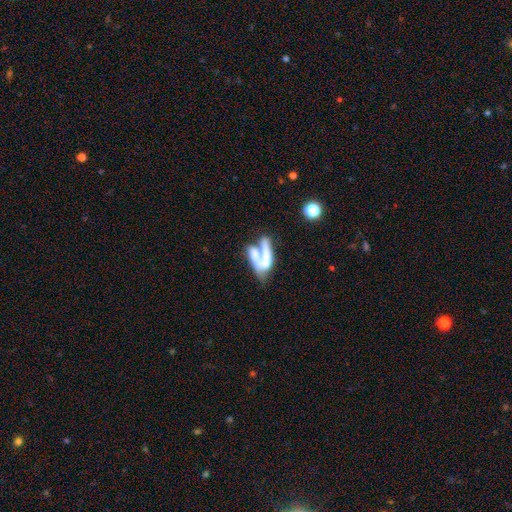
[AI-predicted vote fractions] smooth_or_featured: featured or disk (p=0.53) [alt: smooth p=0.37]
disk_edge_on: no (p=0.91) [alt: yes p=0.09]
merging: merger (p=0.57) [alt: major disturbance p=0.19]